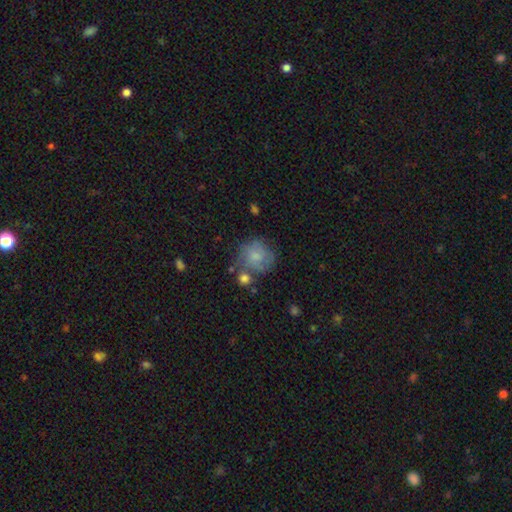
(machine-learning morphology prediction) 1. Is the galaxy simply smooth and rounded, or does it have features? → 67% smooth, 24% featured or disk, 9% star or artifact.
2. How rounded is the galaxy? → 82% round, 17% in between, 1% cigar-shaped.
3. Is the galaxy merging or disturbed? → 53% none, 23% minor disturbance, 12% merger, 12% major disturbance.